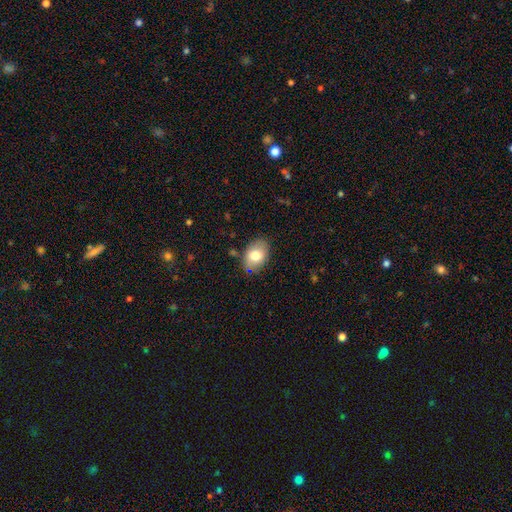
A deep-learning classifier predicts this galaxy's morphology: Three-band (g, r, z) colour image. It shows a smooth galaxy with no disk features (76%) that is in between round and cigar-shaped (80%). Merging: none (81%).